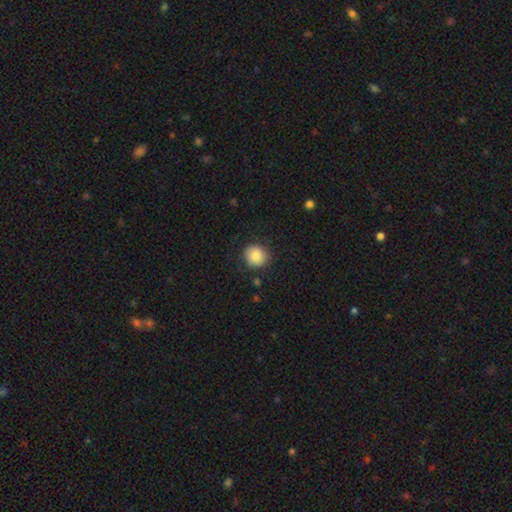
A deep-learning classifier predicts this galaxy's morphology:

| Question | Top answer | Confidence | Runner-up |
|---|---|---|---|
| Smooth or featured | smooth | 86% | star or artifact (8%) |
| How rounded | round | 89% | in between (10%) |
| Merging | none | 86% | minor disturbance (10%) |